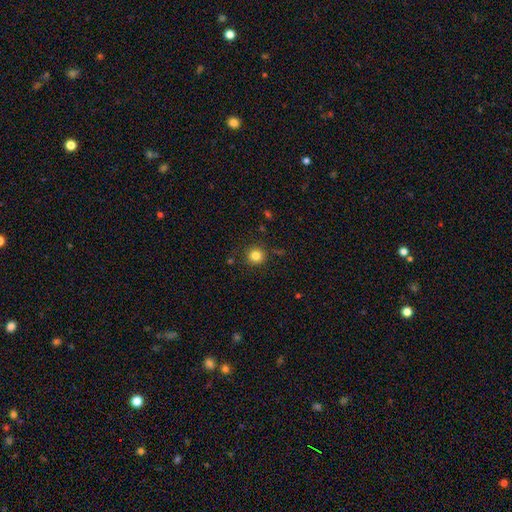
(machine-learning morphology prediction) smooth_or_featured: smooth (p=0.83) [alt: star or artifact p=0.12]
how_rounded: round (p=0.94) [alt: in between p=0.05]
merging: none (p=0.88) [alt: minor disturbance p=0.08]